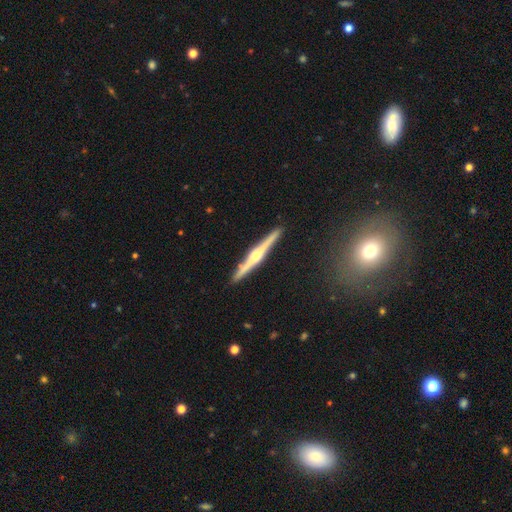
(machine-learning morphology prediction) A featured or disk galaxy (81%) viewed edge-on (98%) with a rounded central bulge (90%).

Vote fractions:
- Smooth or featured? featured or disk: 81% / smooth: 14% / star or artifact: 5%
- Edge-on disk? yes: 98% / no: 2%
- Edge-on bulge? rounded: 90% / none: 5% / boxy: 4%
- Merging? none: 91% / minor disturbance: 6% / major disturbance: 1% / merger: 1%